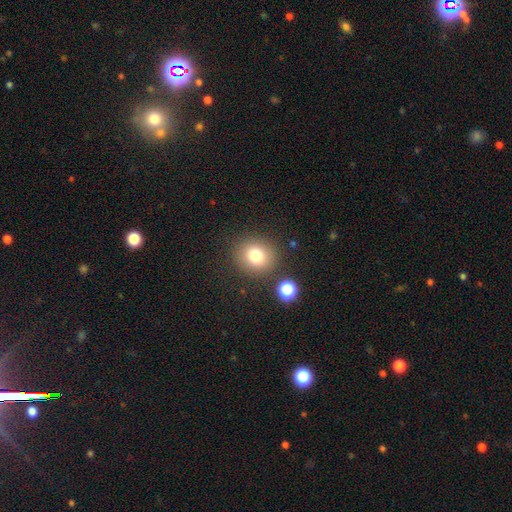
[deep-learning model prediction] Smooth or featured?
  - smooth: 78% *
  - star or artifact: 13%
  - featured or disk: 10%
How rounded?
  - round: 83% *
  - in between: 16%
  - cigar-shaped: 1%
Merging?
  - none: 84% *
  - minor disturbance: 8%
  - merger: 4%
  - major disturbance: 3%